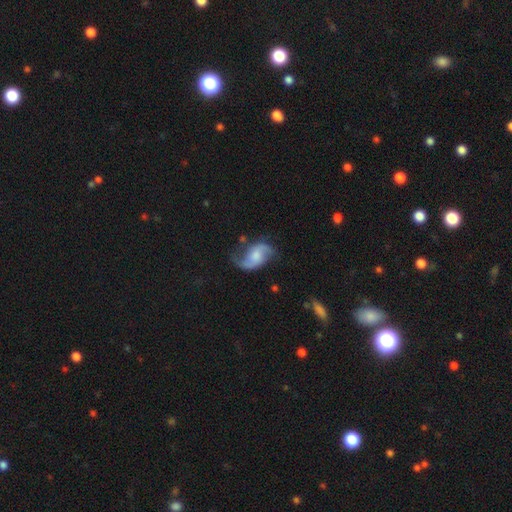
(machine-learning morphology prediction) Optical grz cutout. It shows a featured or disk galaxy (78%) with no bar (56%), 2 (89%) loose (59%) spiral arms (94%) and a moderate central bulge (36%). Merging: none (60%).